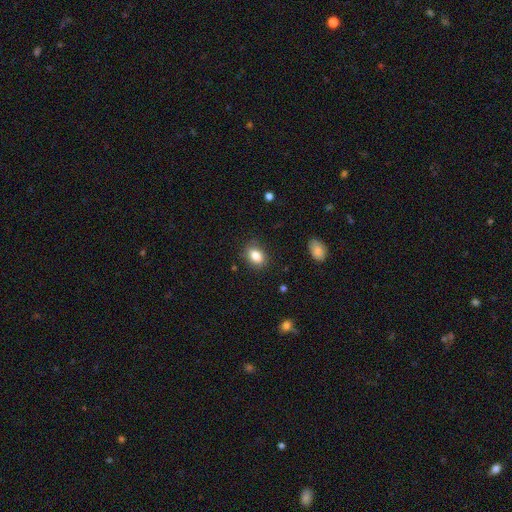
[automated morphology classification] Overall: smooth (85%). How rounded: in between (75%). Merging: none (85%).